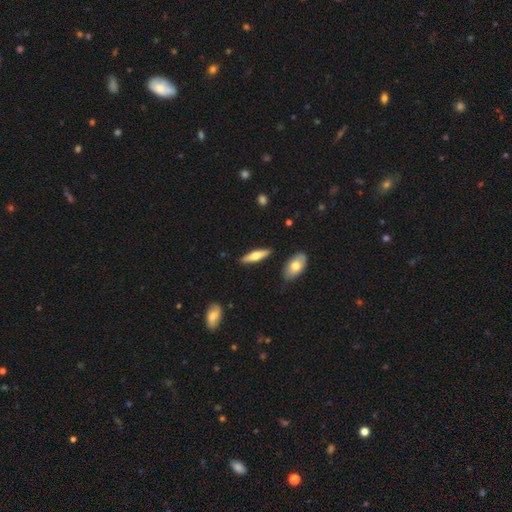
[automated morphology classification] A smooth galaxy with no disk features (49%). Merging: none (87%).